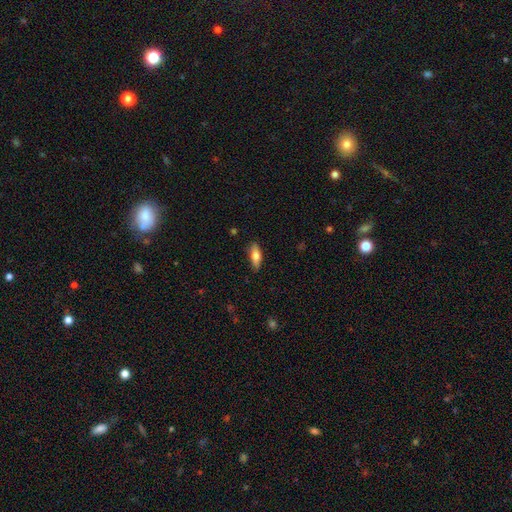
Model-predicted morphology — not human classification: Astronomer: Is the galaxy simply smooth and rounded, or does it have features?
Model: smooth — 72%.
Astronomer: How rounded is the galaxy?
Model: in between — 64%.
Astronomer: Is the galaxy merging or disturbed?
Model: none — 80%.